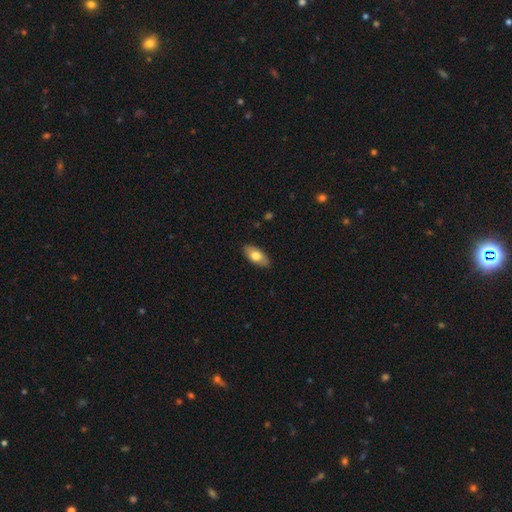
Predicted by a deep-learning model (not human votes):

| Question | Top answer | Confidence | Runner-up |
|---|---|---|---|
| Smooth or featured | smooth | 75% | featured or disk (19%) |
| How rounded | in between | 90% | cigar-shaped (6%) |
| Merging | none | 87% | minor disturbance (10%) |